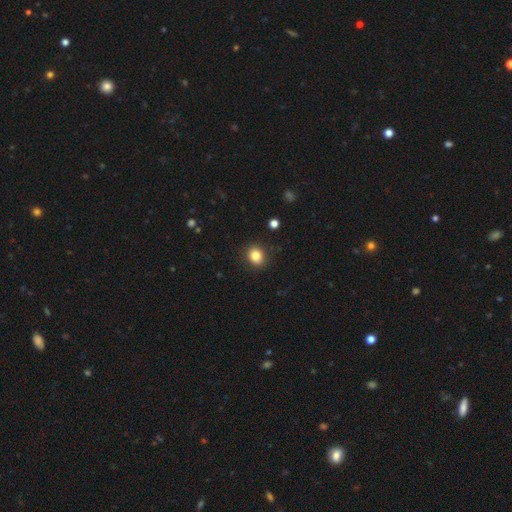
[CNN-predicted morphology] Smooth or featured?
  - smooth: 83% *
  - star or artifact: 11%
  - featured or disk: 6%
How rounded?
  - round: 66% *
  - in between: 33%
  - cigar-shaped: 1%
Merging?
  - none: 87% *
  - minor disturbance: 9%
  - major disturbance: 3%
  - merger: 1%